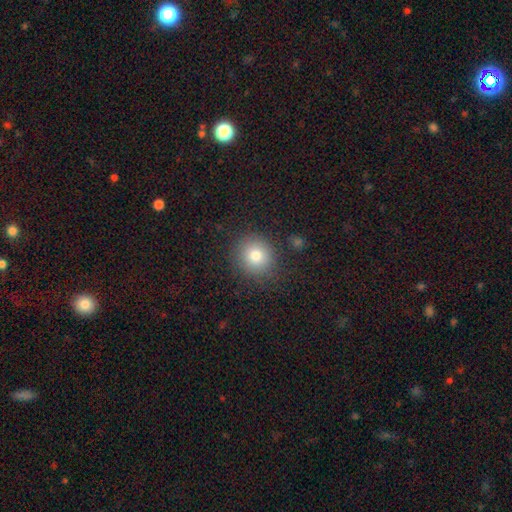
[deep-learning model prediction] A smooth galaxy with no disk features (79%) that is round (88%). Merging: none (85%).